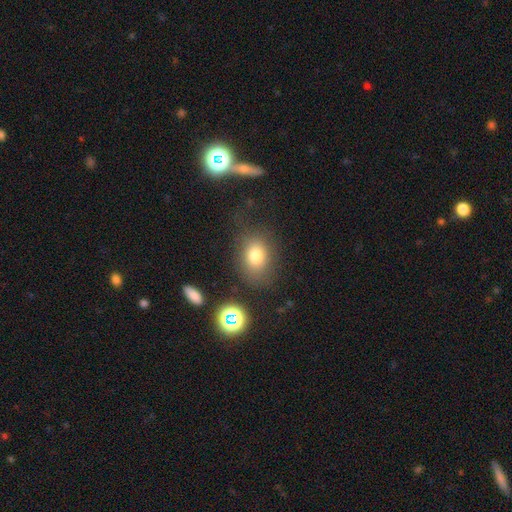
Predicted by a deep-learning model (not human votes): A smooth galaxy with no disk features (76%) that is in between round and cigar-shaped (55%). Merging: none (70%).